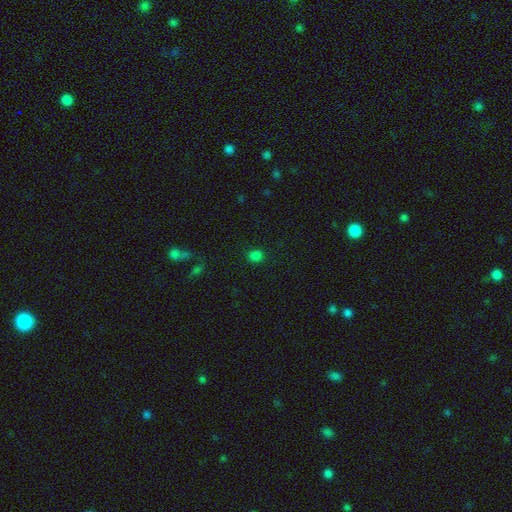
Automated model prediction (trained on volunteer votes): Smooth or featured?
  - smooth: 78% *
  - star or artifact: 19%
  - featured or disk: 3%
How rounded?
  - round: 71% *
  - in between: 28%
  - cigar-shaped: 1%
Merging?
  - none: 87% *
  - minor disturbance: 8%
  - major disturbance: 3%
  - merger: 2%